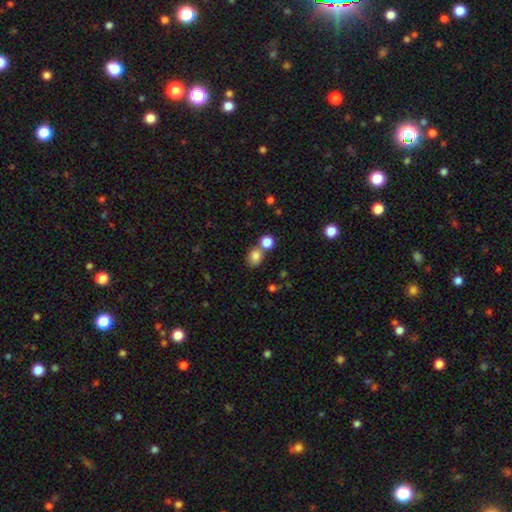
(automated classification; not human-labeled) smooth 82%, star or artifact 12%, featured or disk 6%. Down the decision tree: how rounded — round (58%); merging — none (58%).